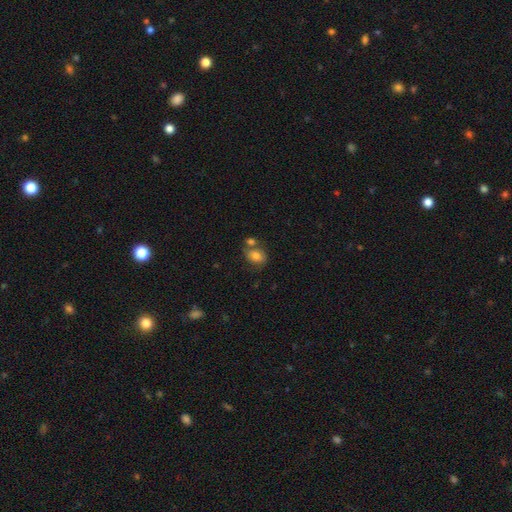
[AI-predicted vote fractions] A smooth galaxy with no disk features (77%) that is in between round and cigar-shaped (67%).

Vote fractions:
- Smooth or featured? smooth: 77% / featured or disk: 13% / star or artifact: 10%
- How rounded? in between: 67% / round: 32% / cigar-shaped: 1%
- Merging? none: 53% / merger: 28% / minor disturbance: 14% / major disturbance: 5%